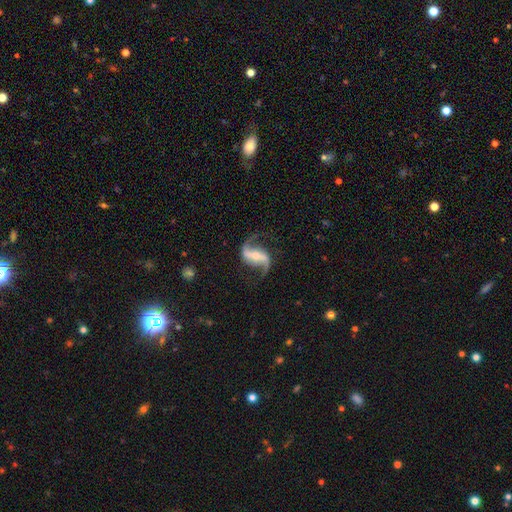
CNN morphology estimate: This is clearly a featured or disk galaxy (91%). It is clearly not viewed edge-on (97%). Bar: possibly strong (56%). Spiral arm pattern: clearly yes (97%). Spiral arm count: clearly 2 (94%). Spiral winding: likely loose (65%). Central bulge: possibly small (51%). Merging: clearly none (80%).